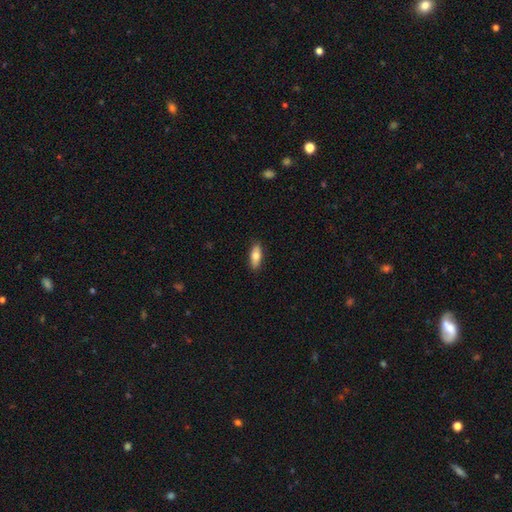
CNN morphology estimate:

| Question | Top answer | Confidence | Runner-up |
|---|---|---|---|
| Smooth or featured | smooth | 76% | featured or disk (18%) |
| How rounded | in between | 77% | cigar-shaped (20%) |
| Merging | none | 88% | minor disturbance (9%) |